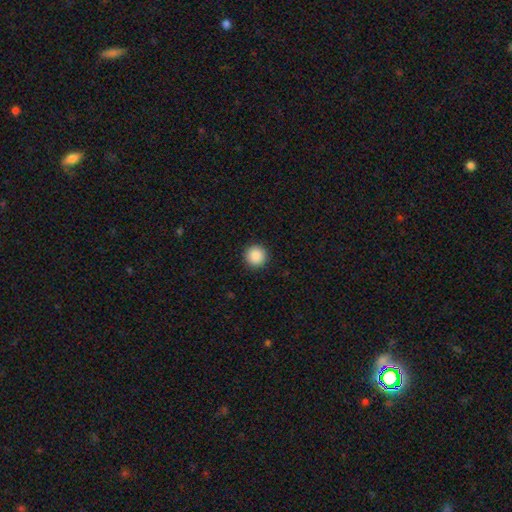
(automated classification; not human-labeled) Smooth or featured: smooth — 89% (star or artifact — 9%)
How rounded: round — 96% (in between — 3%)
Merging: none — 93% (minor disturbance — 4%)